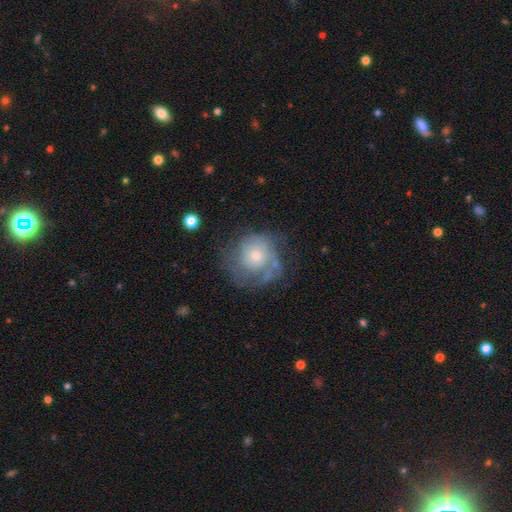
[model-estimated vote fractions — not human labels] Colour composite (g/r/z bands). It shows a featured or disk galaxy (60%) with no bar (84%), spiral arms (72%) and a moderate central bulge (48%). Merging: none (55%).